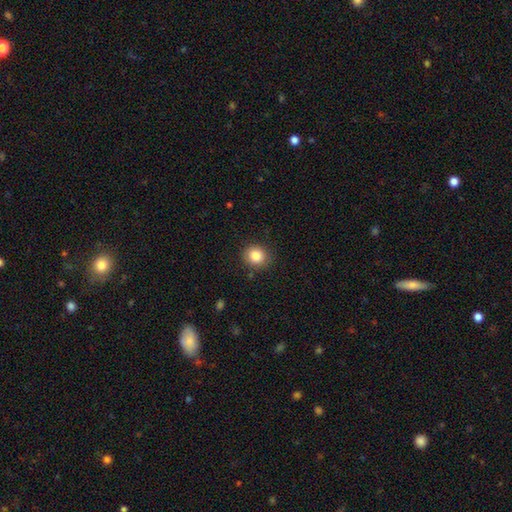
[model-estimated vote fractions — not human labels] This appears to be a smooth galaxy with no disk features (85%) that is round (80%). Merging: none (87%).